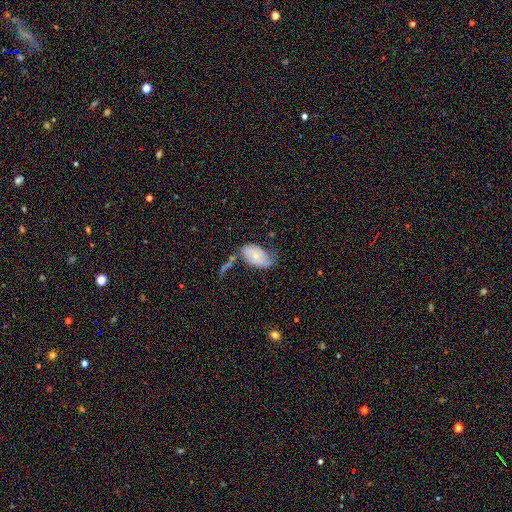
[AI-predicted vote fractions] Smooth or featured? featured or disk (52%)
Edge-on disk? no (94%)
Merging? none (34%)